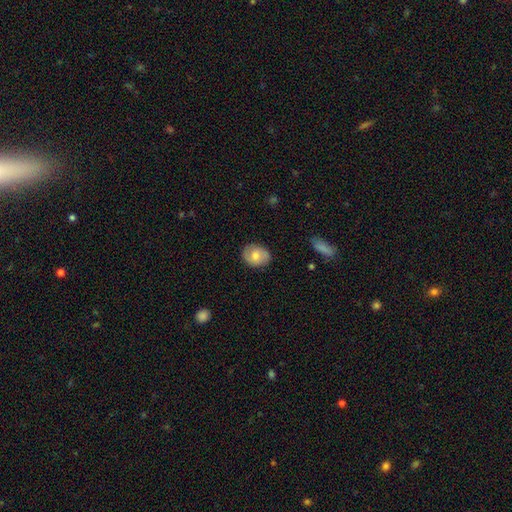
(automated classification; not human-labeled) smooth 66%, featured or disk 26%, star or artifact 7%. Down the decision tree: how rounded — in between (49%, tied with round); merging — none (83%).